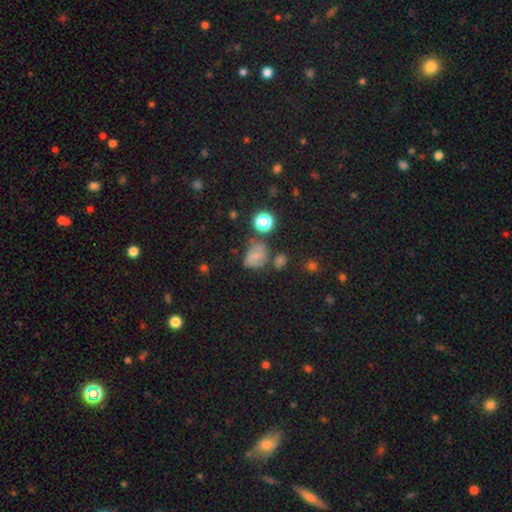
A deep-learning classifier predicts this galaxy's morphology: This appears to be a smooth galaxy with no disk features (52%) that is round (56%). Merging: none (51%).